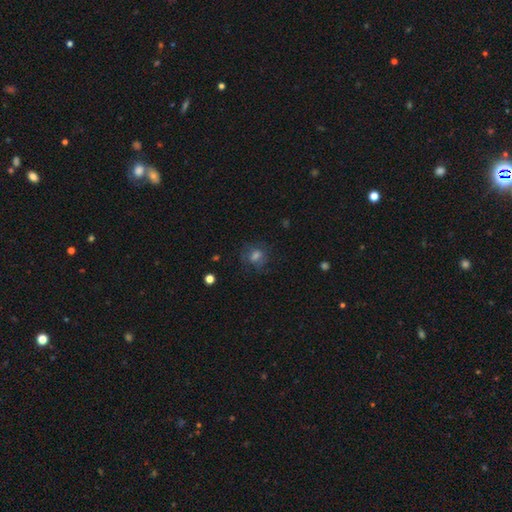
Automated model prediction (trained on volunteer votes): smooth 54%, star or artifact 24%, featured or disk 23%. Down the decision tree: how rounded — round (65%); merging — none (71%).